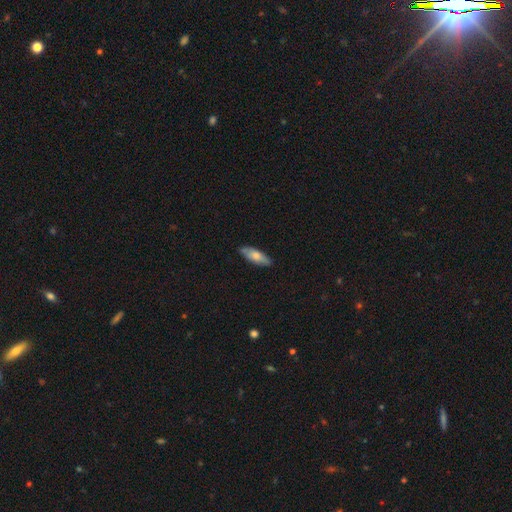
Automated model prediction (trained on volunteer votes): Morphology: type=smooth (68%); roundness=in between (61%); merging=none (84%).